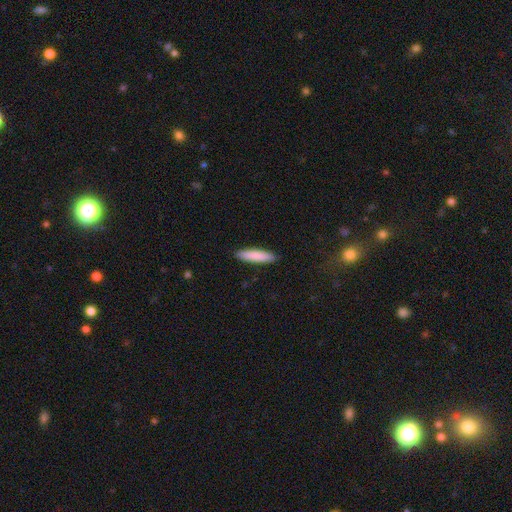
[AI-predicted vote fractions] smooth 86%, featured or disk 9%, star or artifact 5%. Down the decision tree: how rounded — cigar-shaped (81%); merging — none (91%).